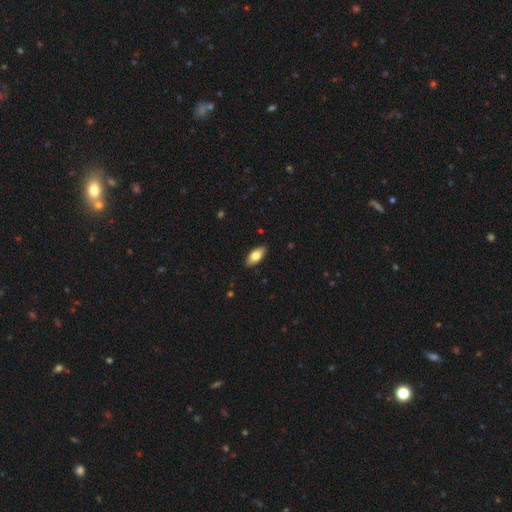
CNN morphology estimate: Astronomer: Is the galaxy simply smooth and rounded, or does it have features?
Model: smooth — 74%.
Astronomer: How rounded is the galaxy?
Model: in between — 88%.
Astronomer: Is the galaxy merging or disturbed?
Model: none — 89%.